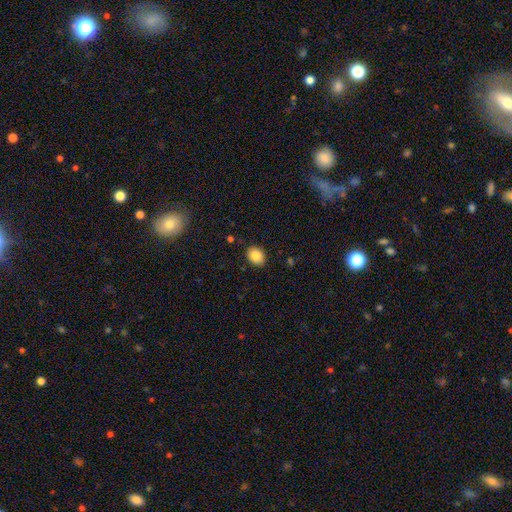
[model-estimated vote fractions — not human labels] This is clearly a smooth galaxy (86%). How rounded: likely in between (60%). Merging: clearly none (87%).